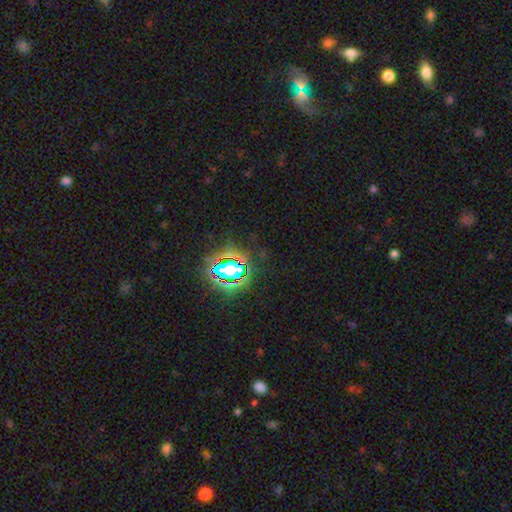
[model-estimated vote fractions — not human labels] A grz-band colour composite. It shows a star or artifact, not a galaxy (78%).